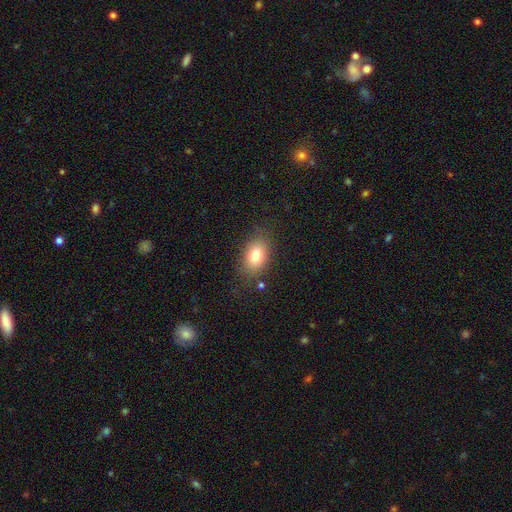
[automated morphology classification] Overall: smooth (78%). How rounded: in between (79%). Merging: none (81%).